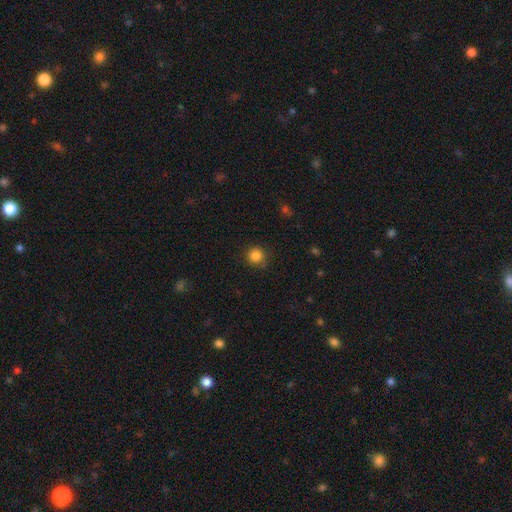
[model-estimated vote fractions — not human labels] This is clearly a smooth galaxy (84%). How rounded: clearly round (93%). Merging: clearly none (85%).